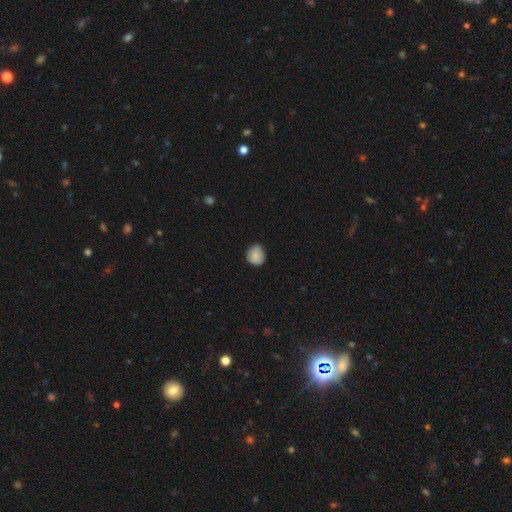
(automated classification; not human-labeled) This is clearly a smooth galaxy (80%). How rounded: clearly round (85%). Merging: likely none (76%).